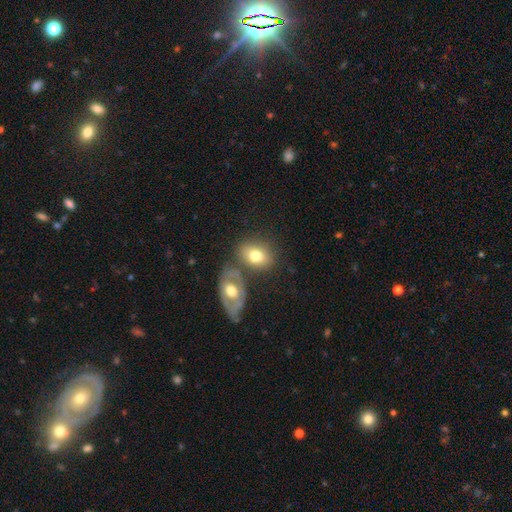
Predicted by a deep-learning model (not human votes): Overall: smooth (68%). How rounded: in between (71%). Merging: none (52%; merger 28%).